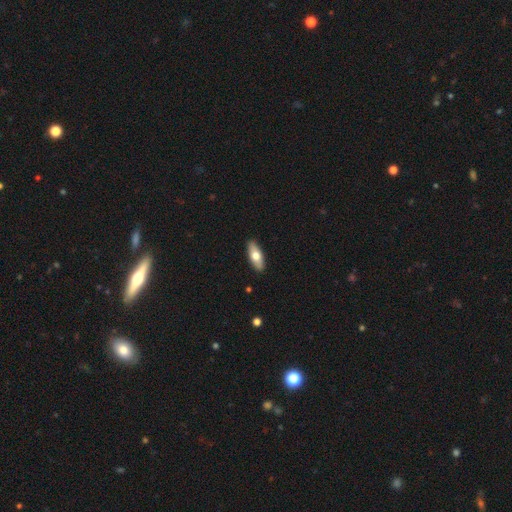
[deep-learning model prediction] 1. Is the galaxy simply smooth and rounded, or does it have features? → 67% smooth, 27% featured or disk, 6% star or artifact.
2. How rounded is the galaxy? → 72% in between, 26% cigar-shaped, 3% round.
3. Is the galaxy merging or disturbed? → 90% none, 7% minor disturbance, 2% major disturbance, 1% merger.